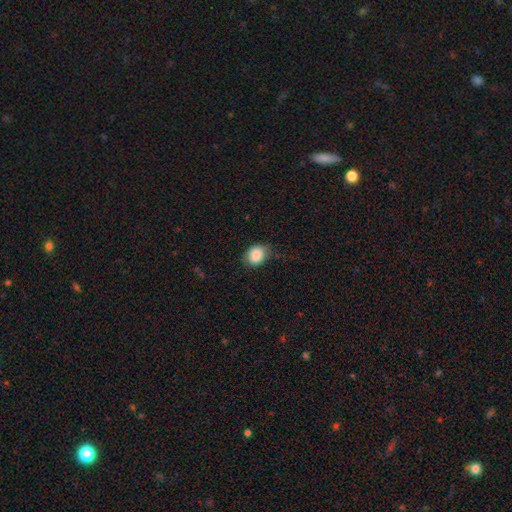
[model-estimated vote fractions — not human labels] Morphology: type=smooth (86%); roundness=round (50%); merging=none (68%).